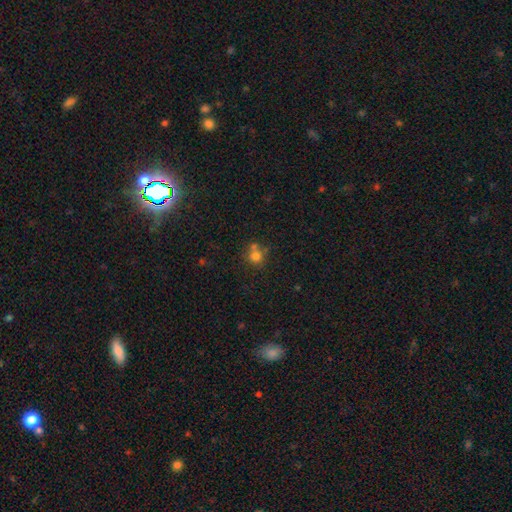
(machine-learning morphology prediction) This is likely a smooth galaxy (74%). How rounded: clearly round (82%). Merging: possibly none (51%).